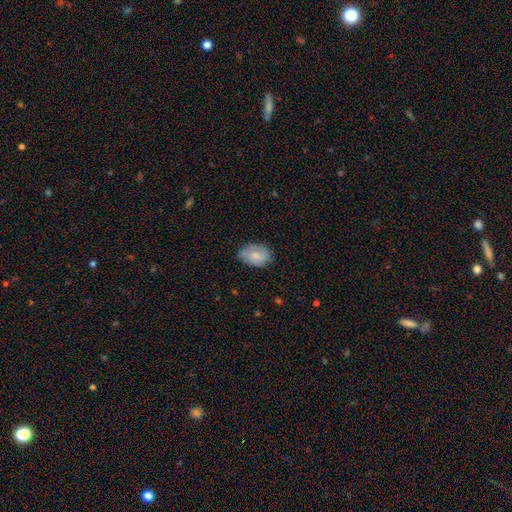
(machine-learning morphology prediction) Overall: smooth (69%). How rounded: in between (85%). Merging: none (70%).